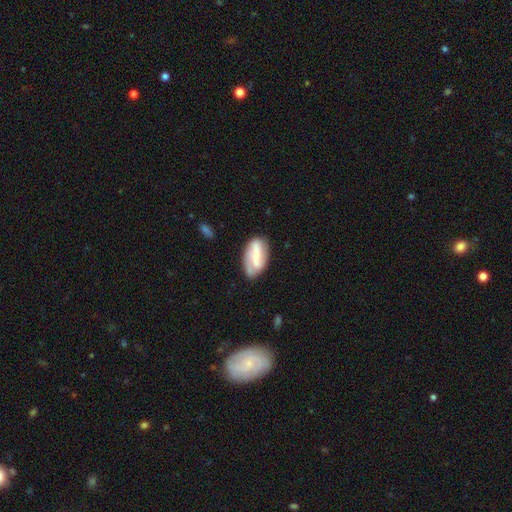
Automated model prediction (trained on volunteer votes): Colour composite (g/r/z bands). It shows a featured or disk galaxy (47%). Merging: none (62%).